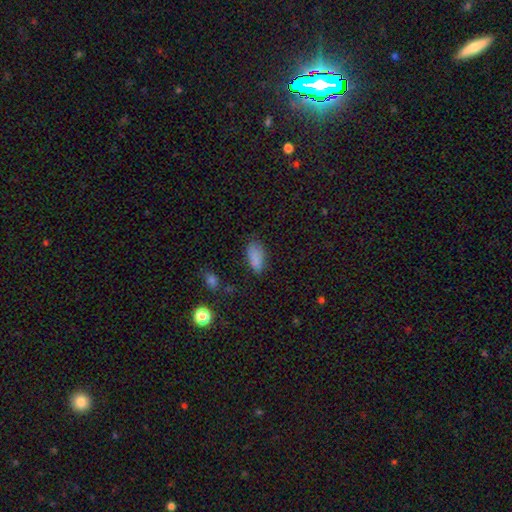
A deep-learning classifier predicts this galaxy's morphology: Smooth or featured?
  - smooth: 83% *
  - star or artifact: 12%
  - featured or disk: 5%
How rounded?
  - in between: 90% *
  - cigar-shaped: 7%
  - round: 3%
Merging?
  - none: 72% *
  - minor disturbance: 19%
  - major disturbance: 6%
  - merger: 3%